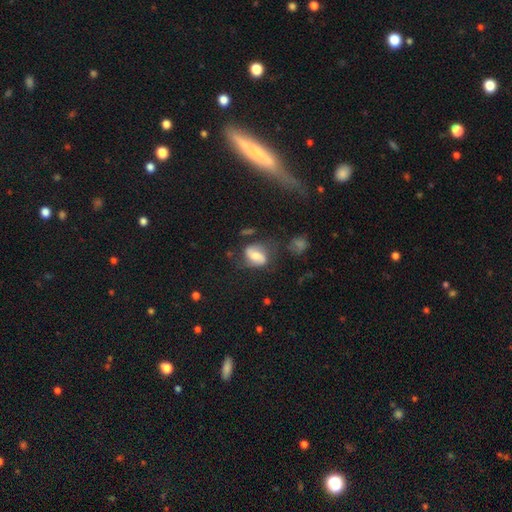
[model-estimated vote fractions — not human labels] The model was most divided on "smooth or featured": featured or disk: 48%, smooth: 42%, star or artifact: 10%. More confident: merging — none (51%).